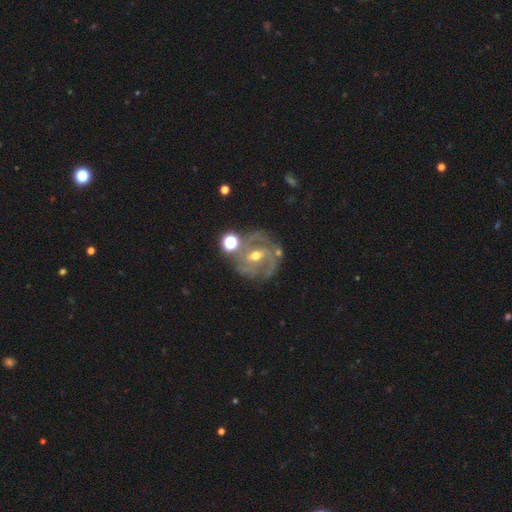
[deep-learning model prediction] The model was most divided on "spiral winding": medium: 45%, tight: 43%, loose: 12%. Remaining: edge-on disk — no (97%); spiral arms — yes (93%); smooth or featured — featured or disk (82%); merging — none (67%); bulge size — moderate (66%); bar — weak (48%); spiral arm count — 2 (39%).